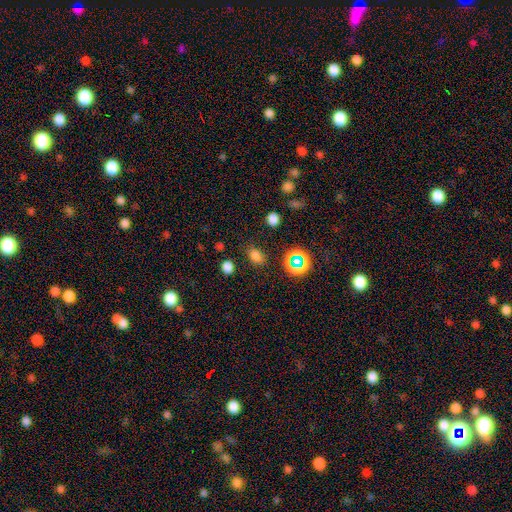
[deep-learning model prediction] This appears to be a smooth galaxy with no disk features (75%) that is in between round and cigar-shaped (70%). Merging: none (82%).